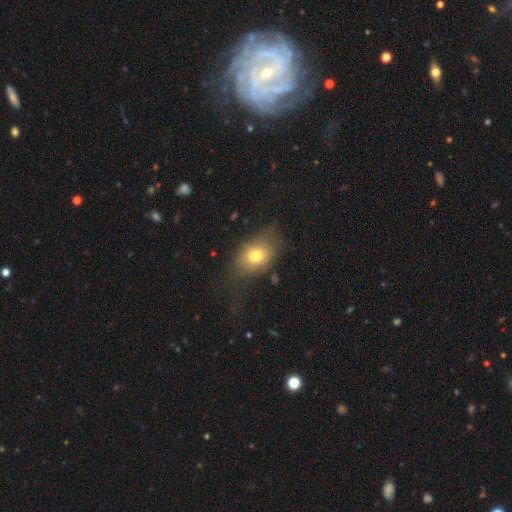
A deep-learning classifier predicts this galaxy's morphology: smooth 74%, featured or disk 15%, star or artifact 11%. Down the decision tree: how rounded — in between (65%); merging — none (56%).